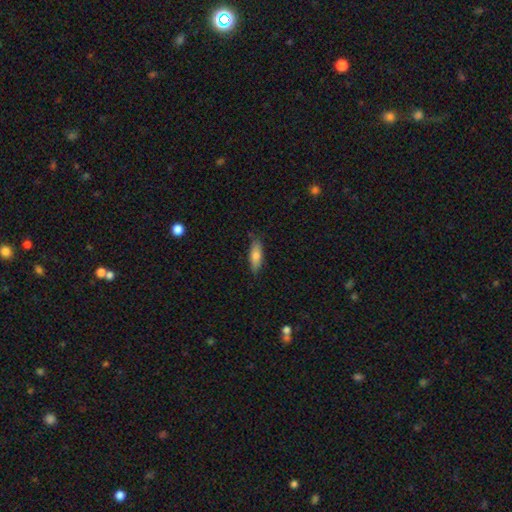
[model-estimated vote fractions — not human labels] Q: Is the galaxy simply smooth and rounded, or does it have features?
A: smooth — 76%.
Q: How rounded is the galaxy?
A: in between — 63%.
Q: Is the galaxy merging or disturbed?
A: none — 78%.